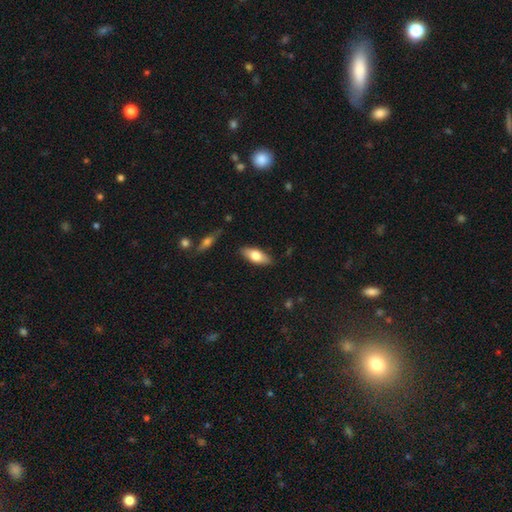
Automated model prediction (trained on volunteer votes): Morphology: type=smooth (68%); roundness=in between (75%); merging=none (85%).